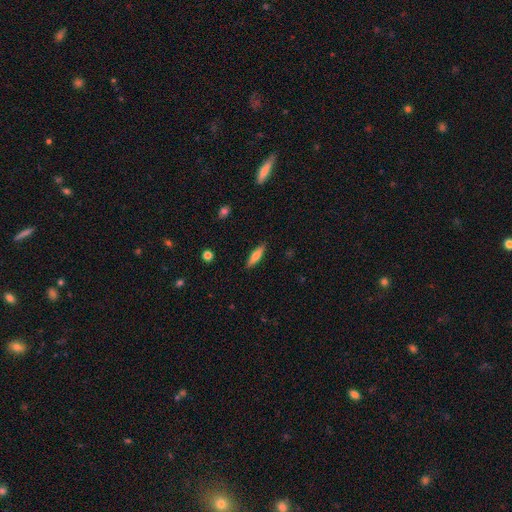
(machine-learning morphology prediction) The model was most divided on "smooth or featured": smooth: 67%, featured or disk: 27%, star or artifact: 6%. More confident: merging — none (88%); how rounded — cigar-shaped (72%).